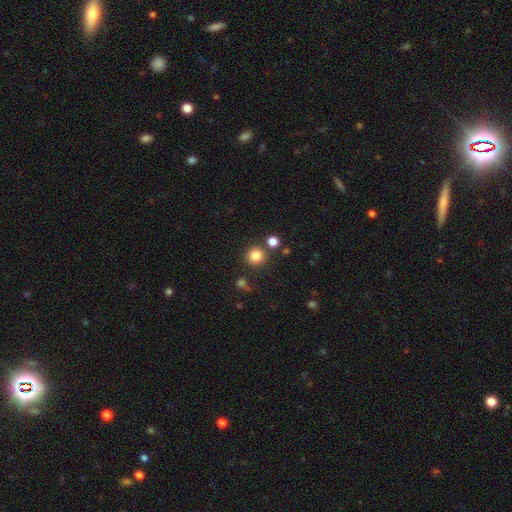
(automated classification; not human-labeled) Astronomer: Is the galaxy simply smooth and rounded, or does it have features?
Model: smooth — 82%.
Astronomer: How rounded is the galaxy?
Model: round — 93%.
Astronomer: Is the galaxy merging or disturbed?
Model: none — 83%.